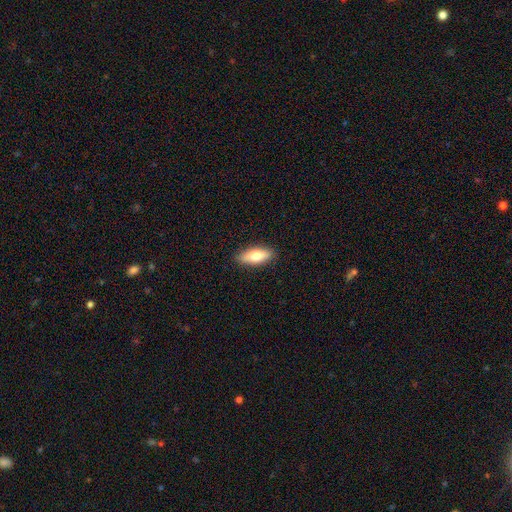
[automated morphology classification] Smooth or featured?
  - smooth: 72% *
  - featured or disk: 21%
  - star or artifact: 6%
How rounded?
  - in between: 71% *
  - cigar-shaped: 27%
  - round: 3%
Merging?
  - none: 89% *
  - minor disturbance: 8%
  - major disturbance: 2%
  - merger: 1%